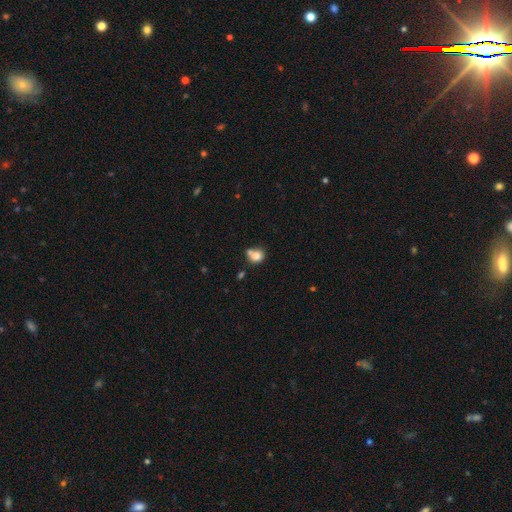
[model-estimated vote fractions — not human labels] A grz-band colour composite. It shows a smooth galaxy with no disk features (79%) that is round (70%). Merging: none (44%).